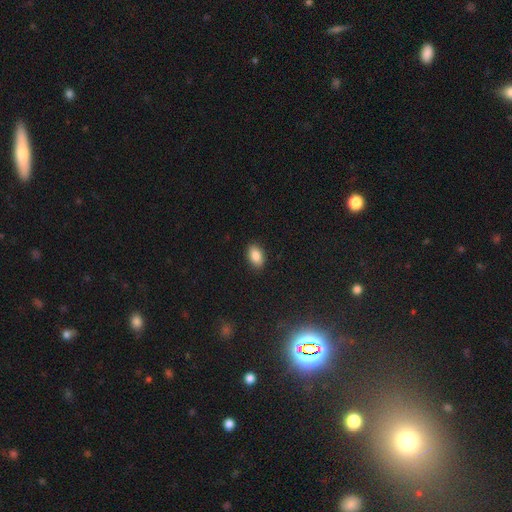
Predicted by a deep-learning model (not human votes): A smooth galaxy with no disk features (86%) that is in between round and cigar-shaped (91%). Merging: none (89%).